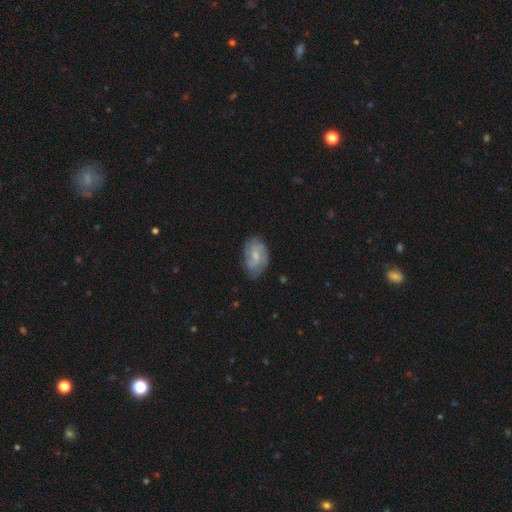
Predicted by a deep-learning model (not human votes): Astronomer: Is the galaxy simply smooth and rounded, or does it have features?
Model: featured or disk — 51% (runner-up: smooth, 43%).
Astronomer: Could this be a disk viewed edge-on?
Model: no — 96%.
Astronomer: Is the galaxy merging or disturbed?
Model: none — 67%.